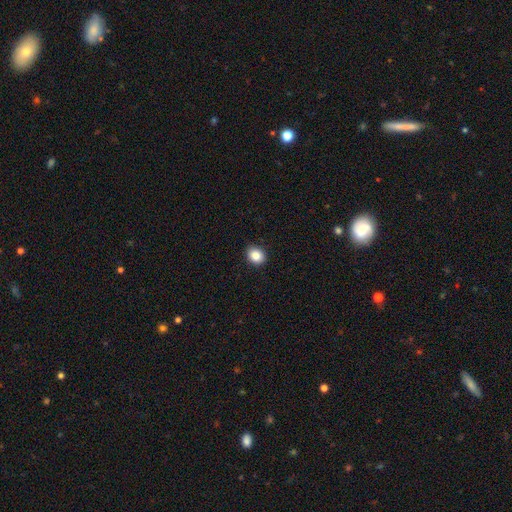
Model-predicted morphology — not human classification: A smooth galaxy with no disk features (86%) that is round (52%). Merging: none (90%).